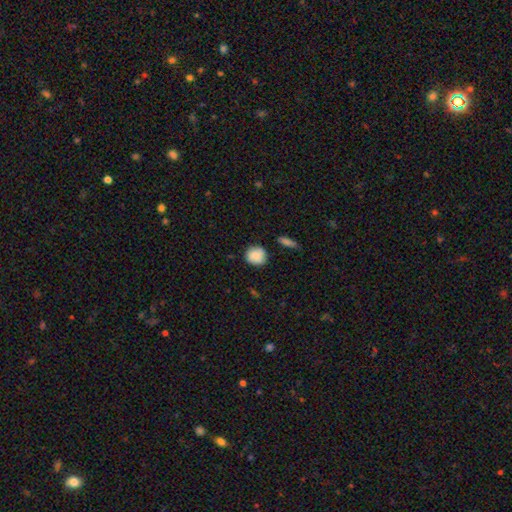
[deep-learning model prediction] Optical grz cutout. It shows a smooth galaxy with no disk features (82%) that is round (86%). Merging: none (79%).